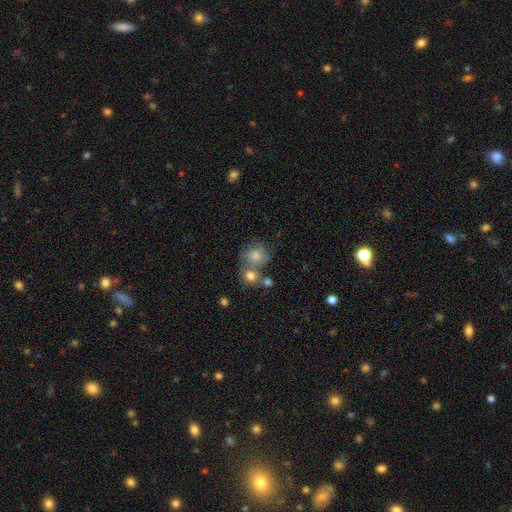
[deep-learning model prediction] Overall: smooth (72%). How rounded: round (77%). Merging: merger (40%; none 39%).